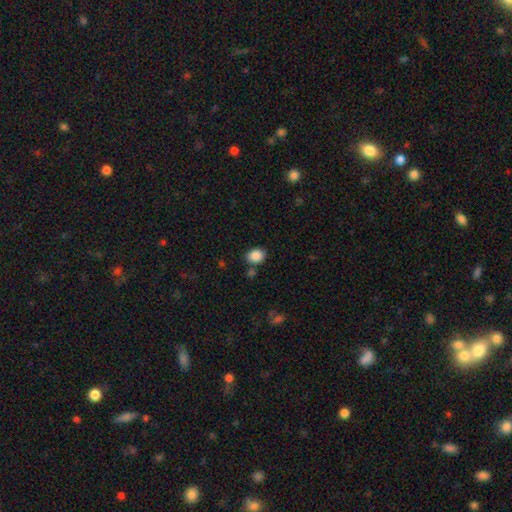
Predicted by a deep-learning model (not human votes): smooth 87%, star or artifact 9%, featured or disk 4%. Down the decision tree: how rounded — in between (51%); merging — none (77%).